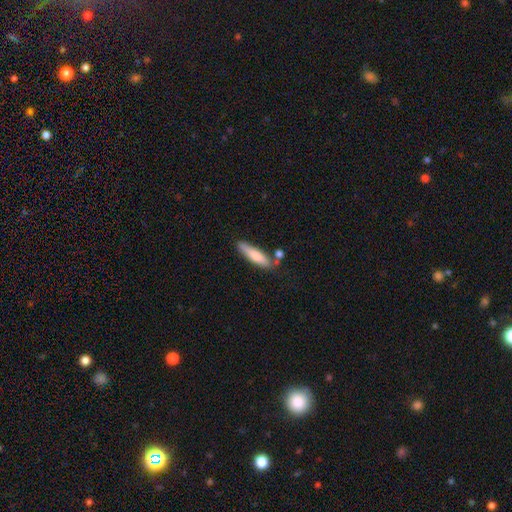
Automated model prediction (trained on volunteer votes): smooth-or-featured: smooth: 69% | featured or disk: 26% | star or artifact: 6%
  how-rounded: cigar-shaped: 77% | in between: 21% | round: 2%
  merging: none: 67% | minor disturbance: 17% | merger: 12% | major disturbance: 4%